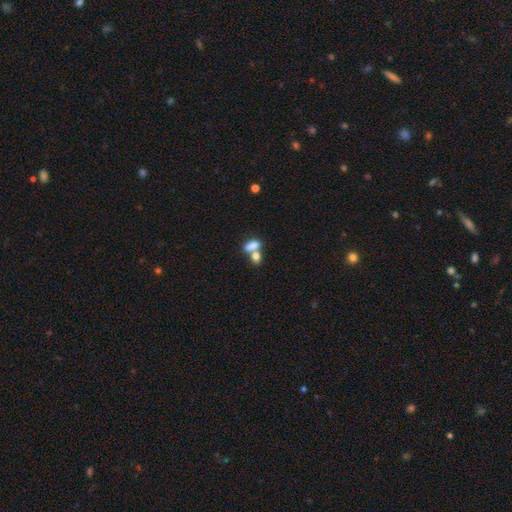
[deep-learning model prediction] Smooth or featured? Predicted: smooth (p=0.80). How rounded? Predicted: in between (p=0.76). Merging? Predicted: merger (p=0.57).